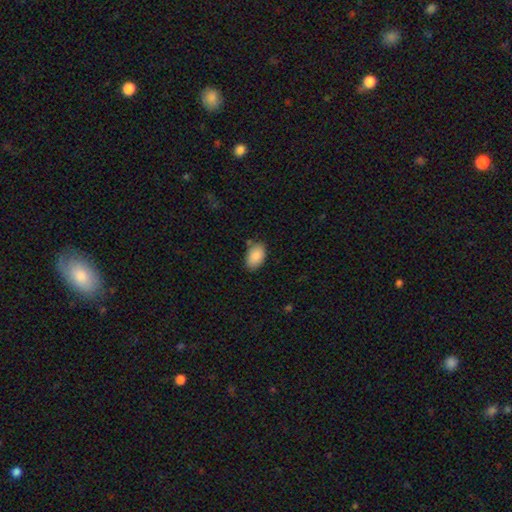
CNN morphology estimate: Overall: smooth (89%). How rounded: in between (92%). Merging: none (79%).